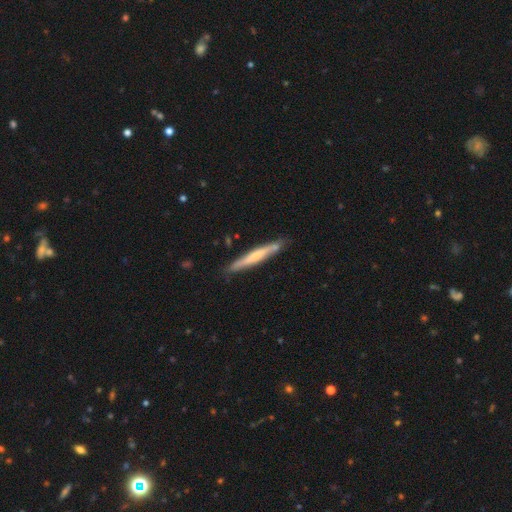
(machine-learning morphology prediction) type=featured or disk (50%); merging=none (83%).